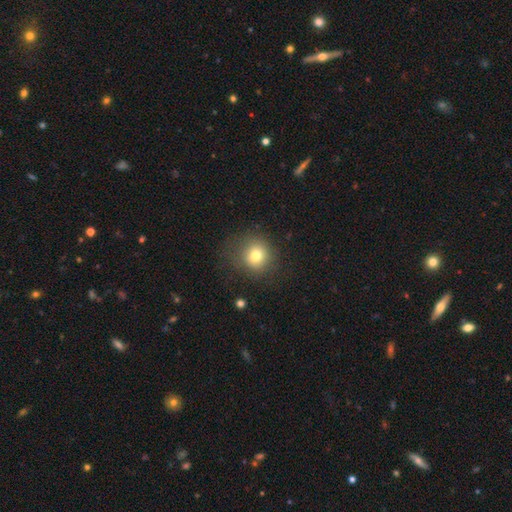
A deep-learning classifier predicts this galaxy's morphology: Q: Smooth or featured?
A: smooth (76%); runner-up: star or artifact (14%)
Q: How rounded?
A: round (89%); runner-up: in between (10%)
Q: Merging?
A: none (80%); runner-up: minor disturbance (12%)